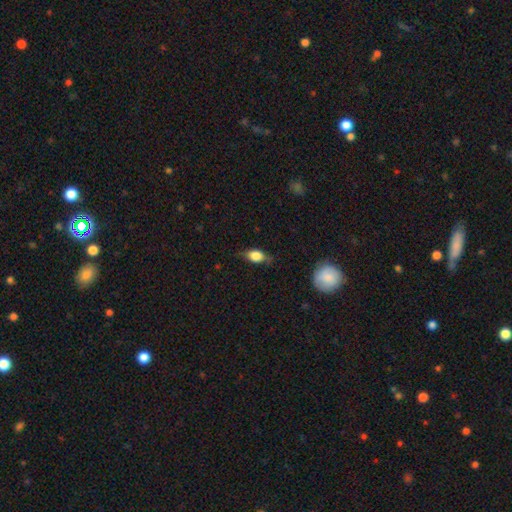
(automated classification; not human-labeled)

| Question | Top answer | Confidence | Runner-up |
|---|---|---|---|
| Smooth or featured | smooth | 70% | featured or disk (21%) |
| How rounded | in between | 76% | round (17%) |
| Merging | none | 65% | minor disturbance (26%) |